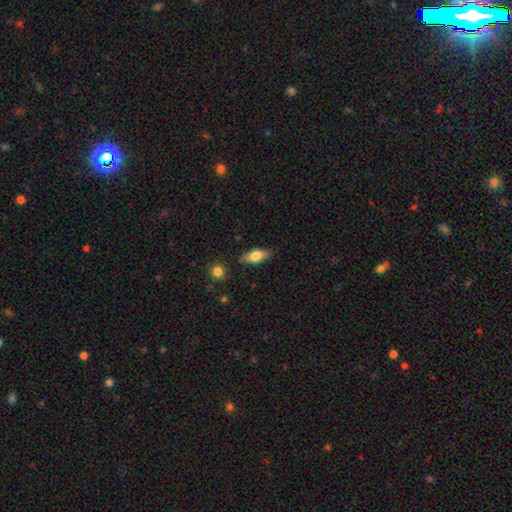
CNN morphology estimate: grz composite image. It shows a smooth galaxy with no disk features (67%) that is in between round and cigar-shaped (74%). Merging: none (82%).